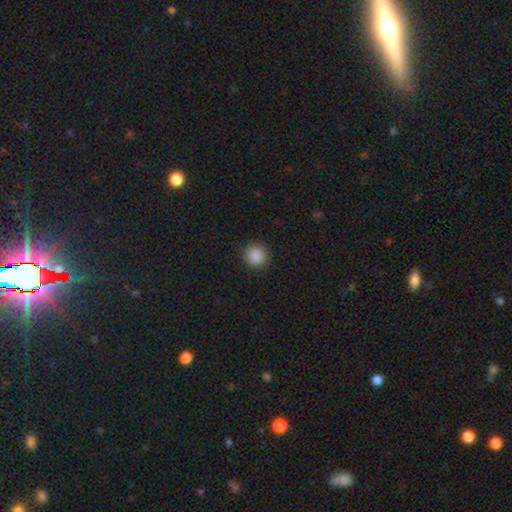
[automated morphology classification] The model was most divided on "smooth or featured": smooth: 88%, star or artifact: 9%, featured or disk: 3%. More confident: how rounded — round (92%); merging — none (91%).